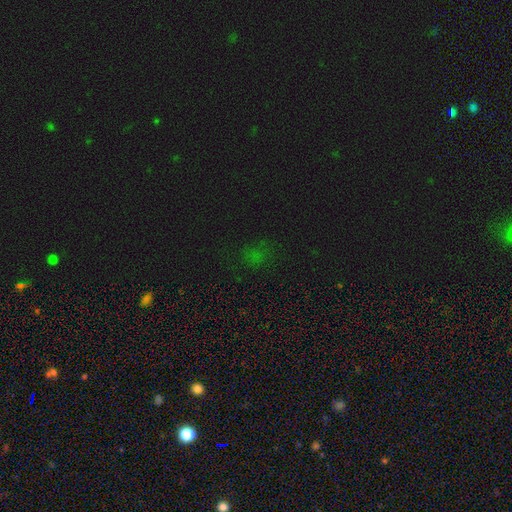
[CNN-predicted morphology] Q: Smooth or featured?
A: star or artifact (54%); runner-up: smooth (38%)